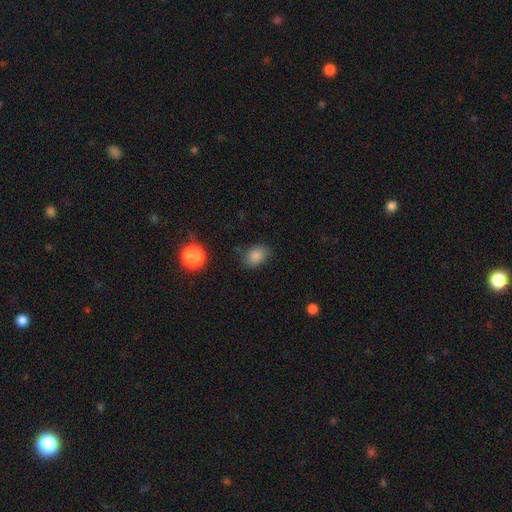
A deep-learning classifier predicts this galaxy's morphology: smooth-or-featured: smooth: 83% | star or artifact: 12% | featured or disk: 5%
  how-rounded: in between: 67% | round: 32% | cigar-shaped: 1%
  merging: none: 76% | minor disturbance: 18% | major disturbance: 4% | merger: 2%